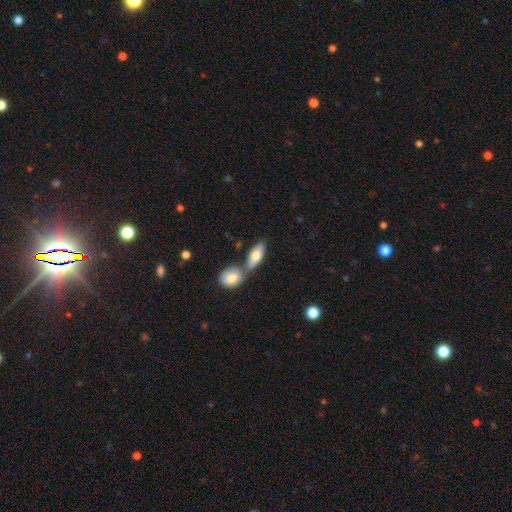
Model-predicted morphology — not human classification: The model was most divided on "merging": merger: 47%, none: 41%, minor disturbance: 9%, major disturbance: 3%. More confident: how rounded — in between (78%); smooth or featured — smooth (74%).